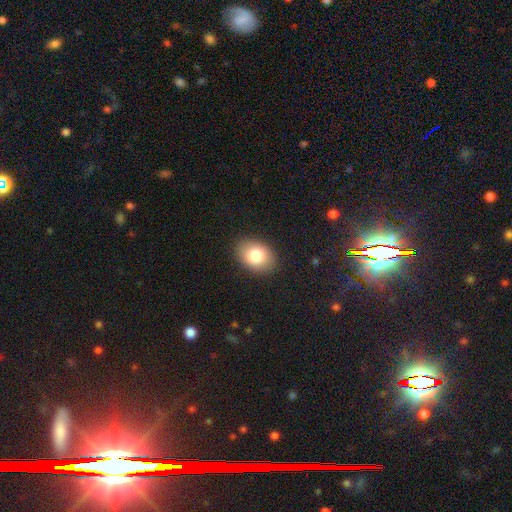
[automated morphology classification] Smooth or featured?
  - smooth: 82% *
  - featured or disk: 10%
  - star or artifact: 8%
How rounded?
  - in between: 77% *
  - round: 22%
  - cigar-shaped: 1%
Merging?
  - none: 88% *
  - minor disturbance: 9%
  - major disturbance: 2%
  - merger: 1%